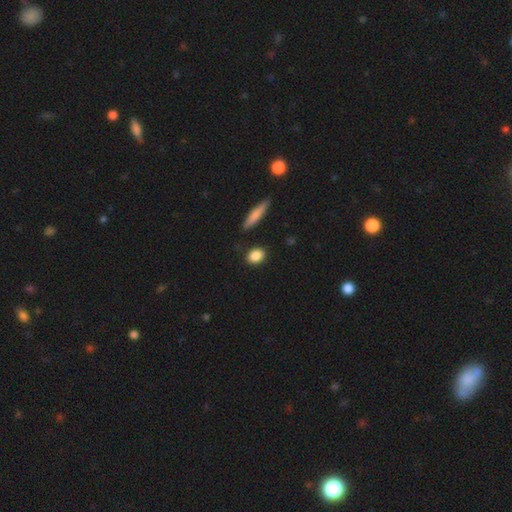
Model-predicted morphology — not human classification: Q: Smooth or featured?
A: smooth (87%); runner-up: star or artifact (7%)
Q: How rounded?
A: in between (56%); runner-up: round (39%)
Q: Merging?
A: none (85%); runner-up: minor disturbance (10%)